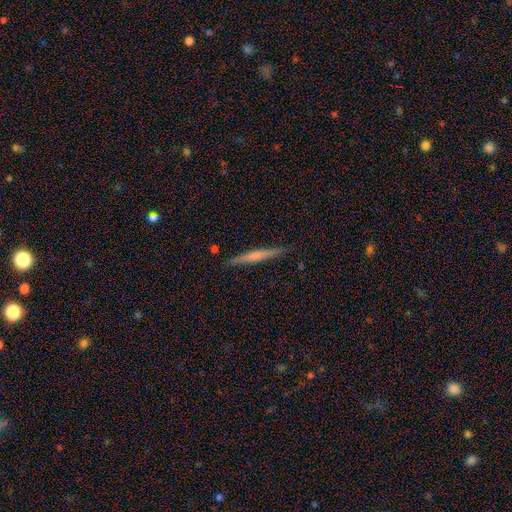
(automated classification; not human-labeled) Smooth or featured? Predicted: featured or disk (p=0.51). Edge-on disk? Predicted: yes (p=0.97). Merging? Predicted: none (p=0.89).